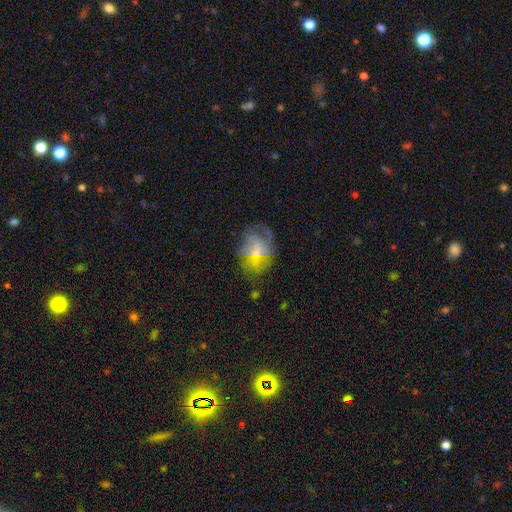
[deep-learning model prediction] The model was most divided on "smooth or featured": featured or disk: 55%, smooth: 33%, star or artifact: 11%. More confident: edge-on disk — no (96%); spiral arms — yes (66%); bar — no (64%); bulge size — small (59%); merging — none (52%).